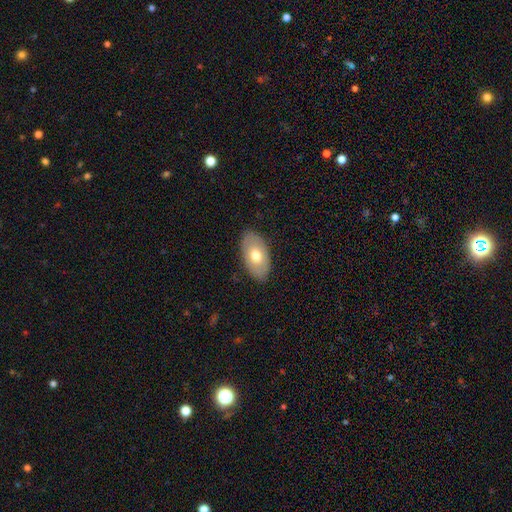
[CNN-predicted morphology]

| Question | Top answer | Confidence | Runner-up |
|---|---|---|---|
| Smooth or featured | smooth | 65% | featured or disk (29%) |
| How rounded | in between | 94% | round (4%) |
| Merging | none | 86% | minor disturbance (11%) |